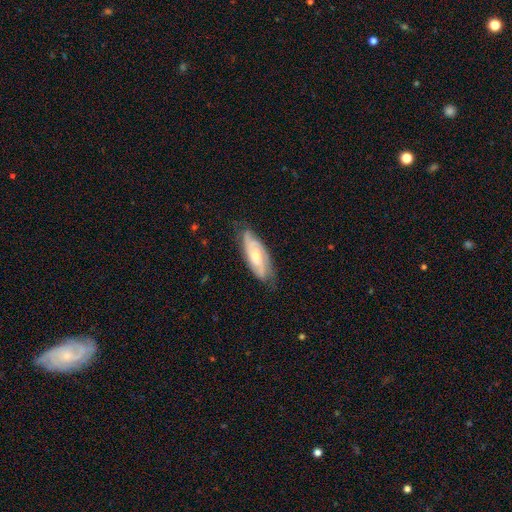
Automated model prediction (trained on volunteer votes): smooth_or_featured: featured or disk (p=0.73) [alt: smooth p=0.22]
disk_edge_on: no (p=0.87) [alt: yes p=0.13]
bar: no (p=0.64) [alt: weak p=0.29]
has_spiral_arms: yes (p=0.93) [alt: no p=0.07]
spiral_winding: tight (p=0.51) [alt: medium p=0.38]
spiral_arm_count: 2 (p=0.45) [alt: can't tell p=0.25]
bulge_size: moderate (p=0.53) [alt: small p=0.41]
merging: none (p=0.73) [alt: minor disturbance p=0.21]